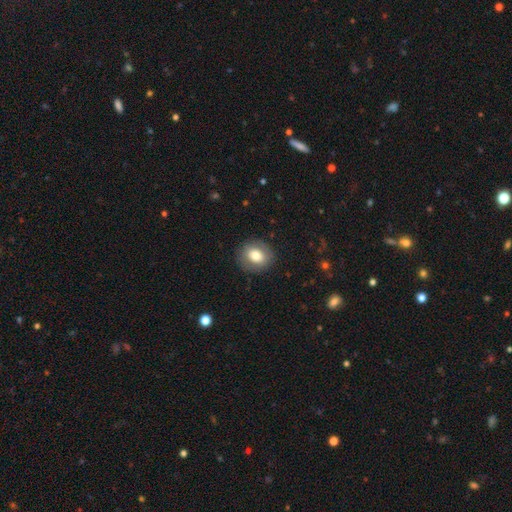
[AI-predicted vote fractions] This appears to be a smooth galaxy with no disk features (74%) that is round (64%). Merging: none (86%).